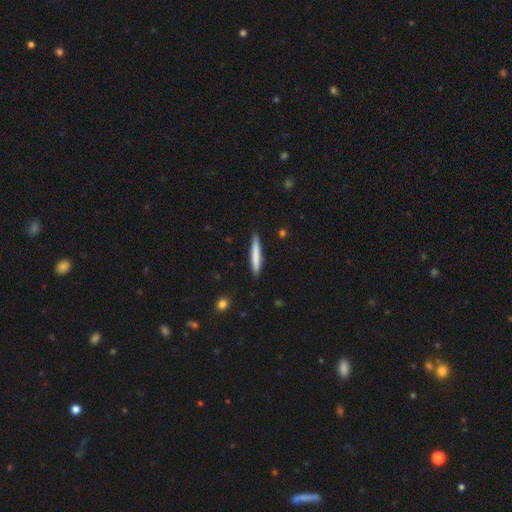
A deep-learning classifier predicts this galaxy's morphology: smooth_or_featured: smooth (p=0.74) [alt: featured or disk p=0.20]
how_rounded: cigar-shaped (p=0.95) [alt: in between p=0.04]
merging: none (p=0.88) [alt: minor disturbance p=0.09]